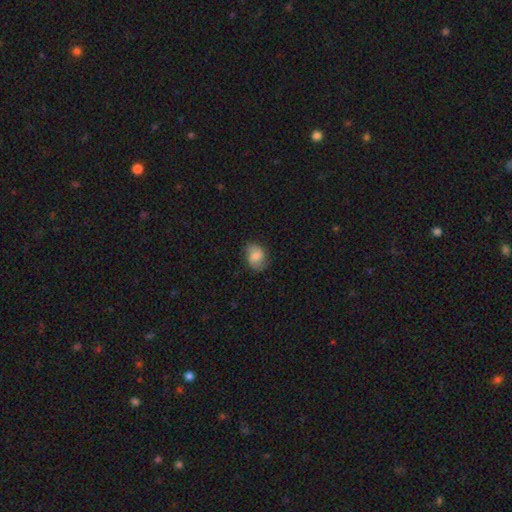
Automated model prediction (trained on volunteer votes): Smooth or featured? smooth (50%)
How rounded? in between (56%)
Merging? none (72%)